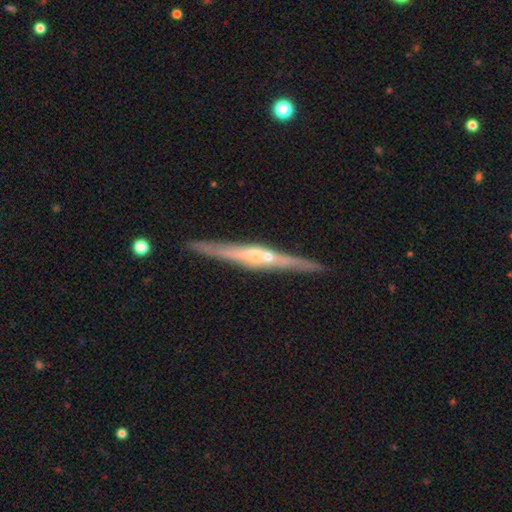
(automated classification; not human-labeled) This is likely a featured or disk galaxy (77%). It is clearly viewed edge-on (97%). Edge-on bulge: likely rounded (74%). Merging: clearly none (85%).